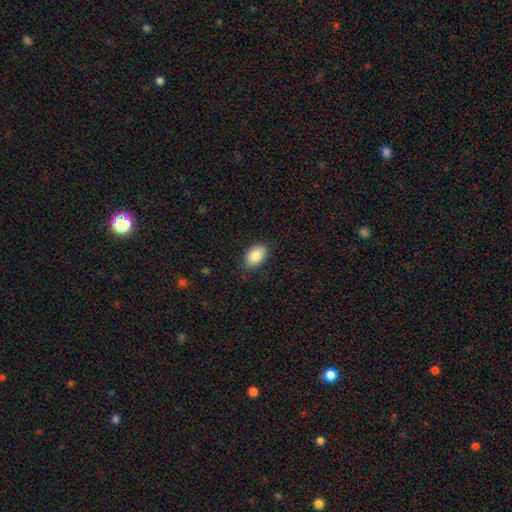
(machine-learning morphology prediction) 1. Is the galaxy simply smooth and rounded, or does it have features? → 87% smooth, 7% star or artifact, 6% featured or disk.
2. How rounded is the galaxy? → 91% in between, 8% round, 1% cigar-shaped.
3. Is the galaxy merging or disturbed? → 85% none, 11% minor disturbance, 2% major disturbance, 1% merger.